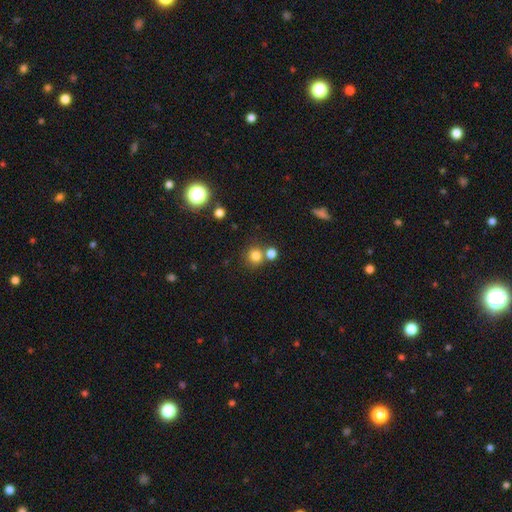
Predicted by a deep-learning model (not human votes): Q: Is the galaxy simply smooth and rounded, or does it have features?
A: smooth — 79%.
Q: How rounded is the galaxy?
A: round — 91%.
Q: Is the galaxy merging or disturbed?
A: none — 67%.